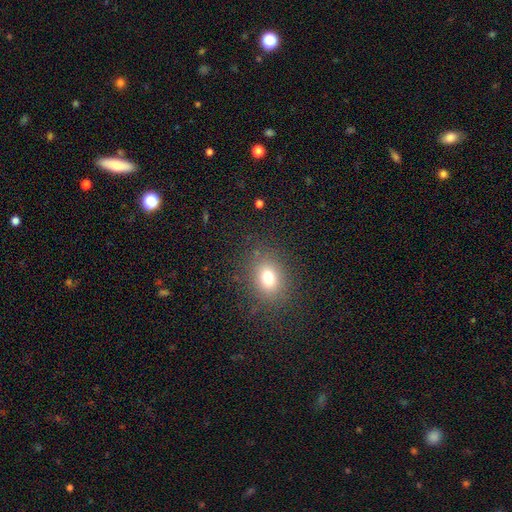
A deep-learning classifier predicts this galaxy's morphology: Overall: smooth (69%). How rounded: in between (50%; round 48%). Merging: none (90%).